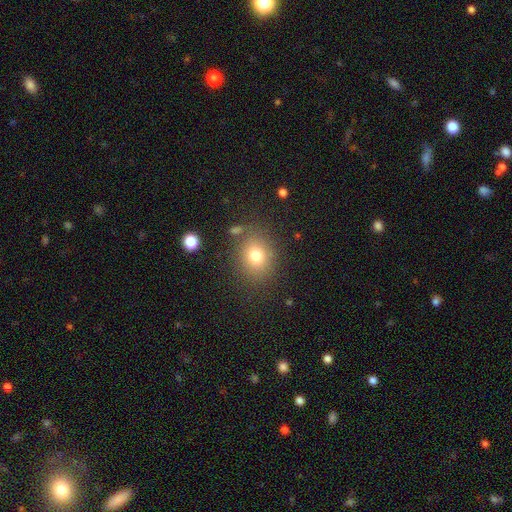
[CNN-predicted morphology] Smooth or featured: smooth — 77% (star or artifact — 13%)
How rounded: round — 61% (in between — 38%)
Merging: none — 79% (minor disturbance — 12%)